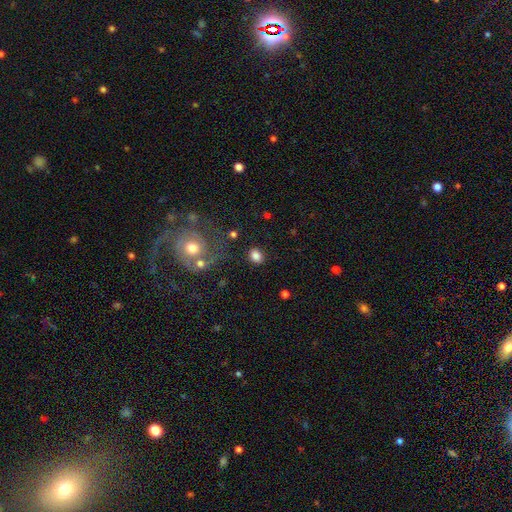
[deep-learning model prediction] Smooth or featured?
  - smooth: 83% *
  - star or artifact: 9%
  - featured or disk: 8%
How rounded?
  - in between: 51% *
  - round: 48%
  - cigar-shaped: 1%
Merging?
  - none: 81% *
  - minor disturbance: 10%
  - merger: 4%
  - major disturbance: 4%